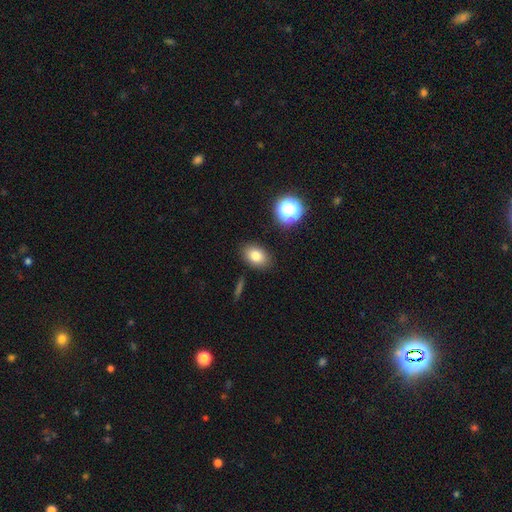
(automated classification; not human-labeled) A smooth galaxy with no disk features (80%) that is in between round and cigar-shaped (79%).

Vote fractions:
- Smooth or featured? smooth: 80% / star or artifact: 11% / featured or disk: 9%
- How rounded? in between: 79% / round: 20% / cigar-shaped: 1%
- Merging? none: 86% / minor disturbance: 10% / major disturbance: 3% / merger: 2%